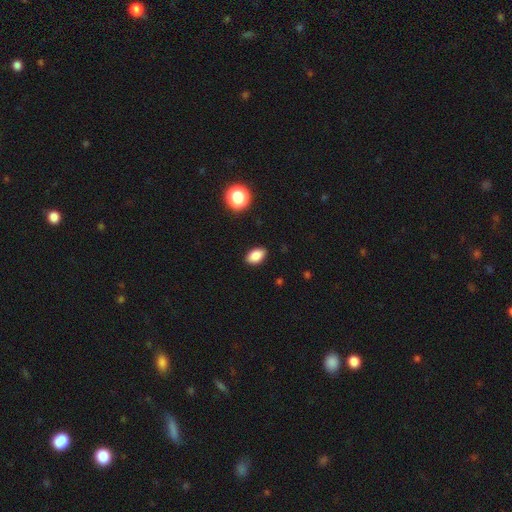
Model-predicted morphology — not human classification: smooth_or_featured: smooth (p=0.86) [alt: star or artifact p=0.09]
how_rounded: in between (p=0.89) [alt: round p=0.09]
merging: none (p=0.88) [alt: minor disturbance p=0.09]